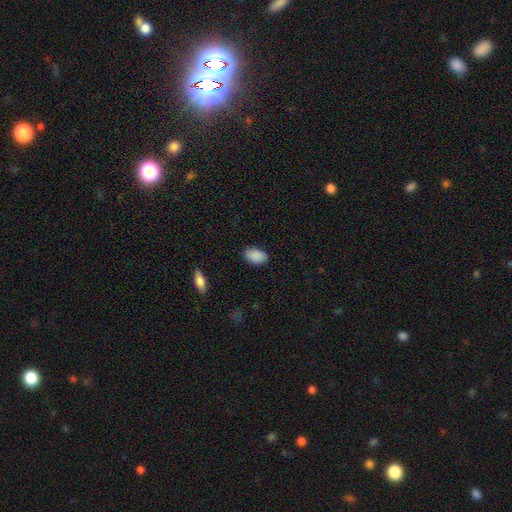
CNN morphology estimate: smooth 89%, star or artifact 7%, featured or disk 4%. Down the decision tree: how rounded — in between (90%); merging — none (83%).